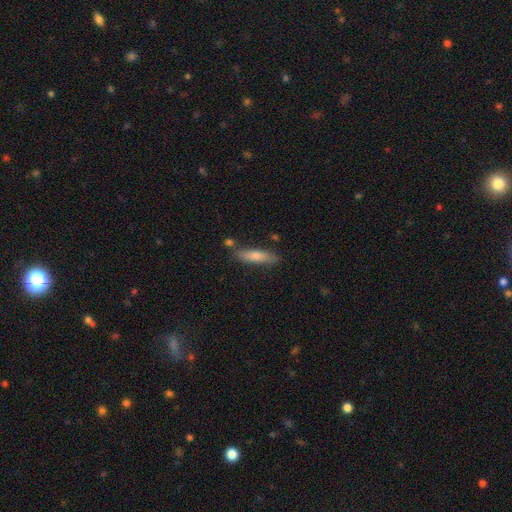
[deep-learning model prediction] Morphology: type=smooth (47%); merging=none (80%).